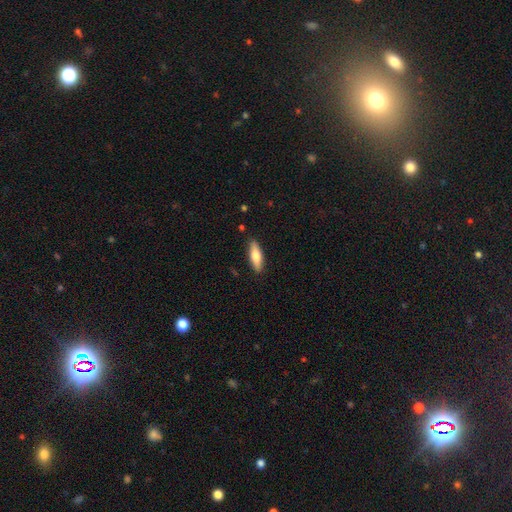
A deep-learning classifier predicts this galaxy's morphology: smooth-or-featured: smooth: 72% | featured or disk: 22% | star or artifact: 6%
  how-rounded: in between: 52% | cigar-shaped: 46% | round: 2%
  merging: none: 87% | minor disturbance: 10% | major disturbance: 2% | merger: 1%